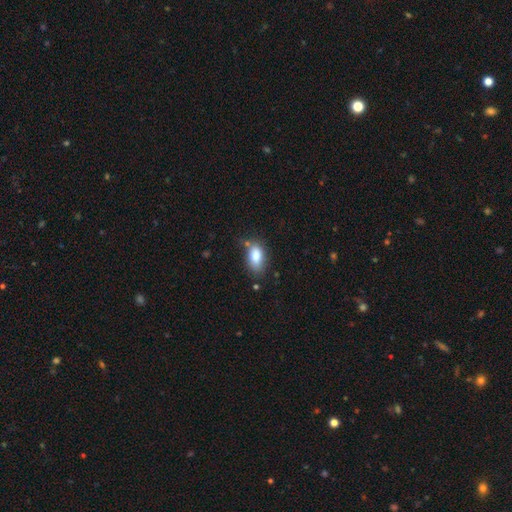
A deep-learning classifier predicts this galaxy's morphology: Smooth or featured?
  - smooth: 81% *
  - featured or disk: 11%
  - star or artifact: 8%
How rounded?
  - in between: 89% *
  - round: 7%
  - cigar-shaped: 3%
Merging?
  - none: 65% *
  - minor disturbance: 23%
  - merger: 6%
  - major disturbance: 6%